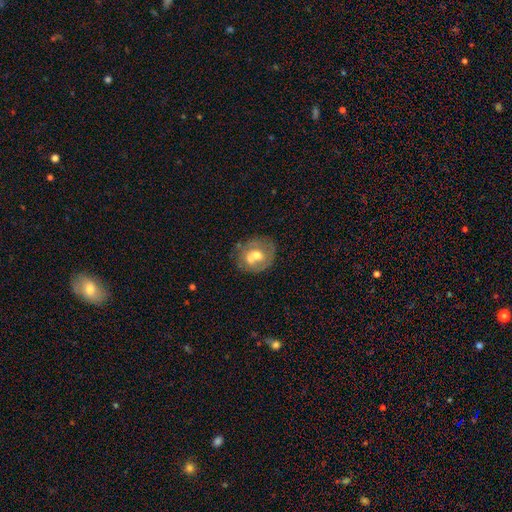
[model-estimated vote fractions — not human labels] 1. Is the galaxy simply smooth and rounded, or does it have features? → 46% featured or disk (tied), 46% smooth (tied), 8% star or artifact.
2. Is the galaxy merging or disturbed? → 47% none, 27% merger, 19% minor disturbance, 8% major disturbance.